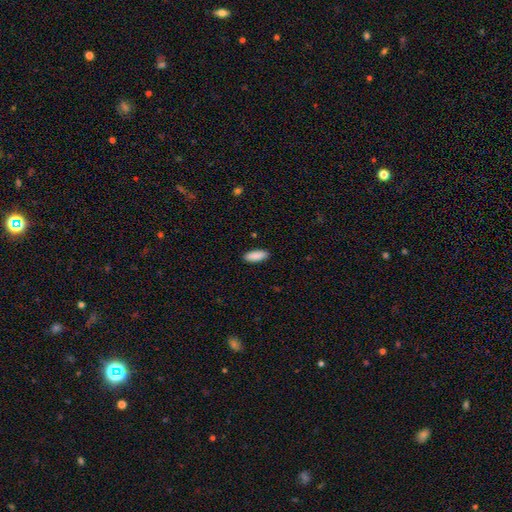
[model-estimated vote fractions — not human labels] Smooth or featured?
  - smooth: 90% *
  - star or artifact: 6%
  - featured or disk: 4%
How rounded?
  - in between: 72% *
  - cigar-shaped: 26%
  - round: 2%
Merging?
  - none: 90% *
  - minor disturbance: 7%
  - major disturbance: 2%
  - merger: 1%